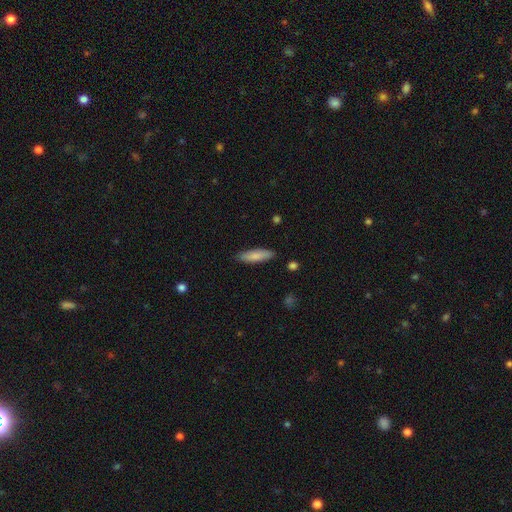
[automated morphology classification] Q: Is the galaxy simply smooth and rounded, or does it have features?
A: smooth — 82%.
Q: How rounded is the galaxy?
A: cigar-shaped — 66%.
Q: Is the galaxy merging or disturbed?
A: none — 87%.